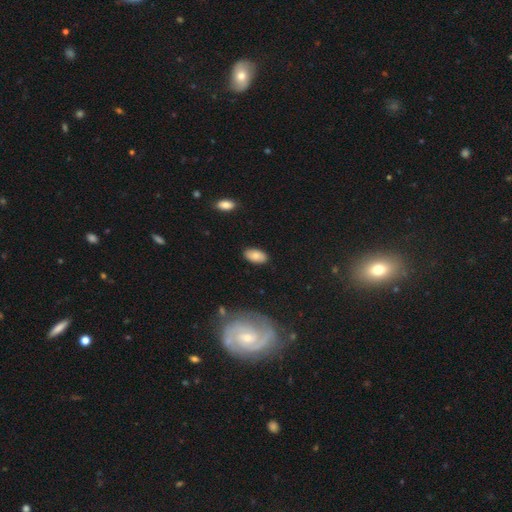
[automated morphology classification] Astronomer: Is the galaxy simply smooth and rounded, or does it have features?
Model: smooth — 82%.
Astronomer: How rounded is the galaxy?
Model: in between — 95%.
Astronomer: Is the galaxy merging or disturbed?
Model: none — 86%.